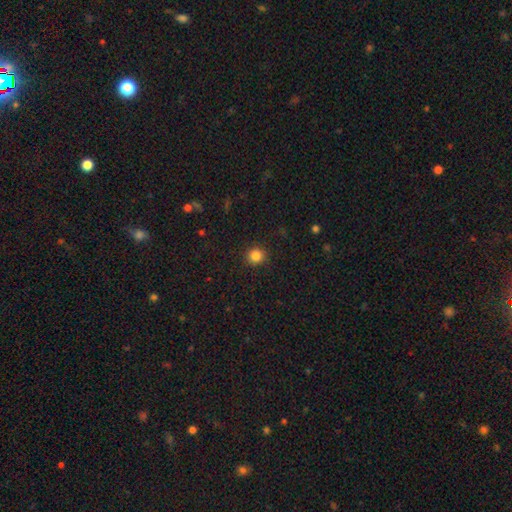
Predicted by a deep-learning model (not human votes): This is clearly a smooth galaxy (84%). How rounded: clearly round (91%). Merging: clearly none (91%).